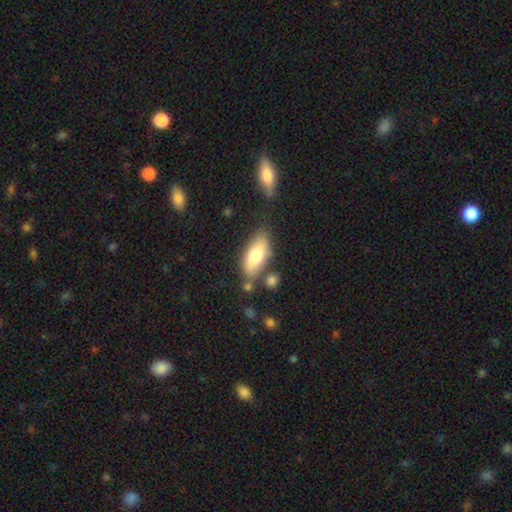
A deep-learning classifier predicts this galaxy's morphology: This is likely a smooth galaxy (72%). How rounded: clearly in between (82%). Merging: likely none (70%).